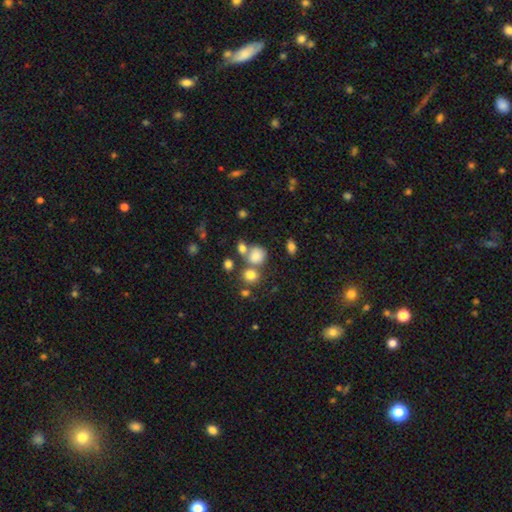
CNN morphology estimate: Overall: smooth (76%). How rounded: round (76%). Merging: none (54%; merger 29%).